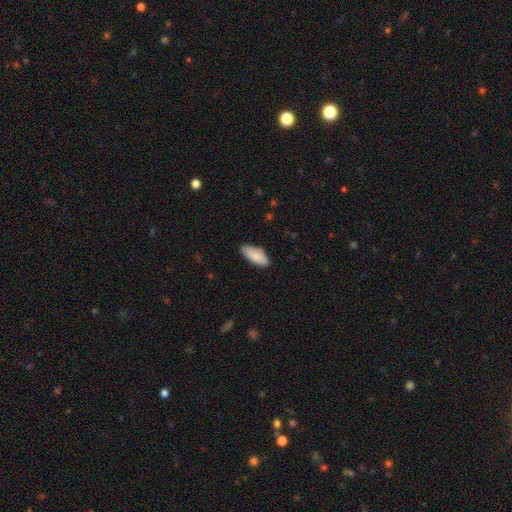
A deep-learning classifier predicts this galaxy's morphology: Smooth or featured? Predicted: smooth (p=0.87). How rounded? Predicted: in between (p=0.84). Merging? Predicted: none (p=0.84).